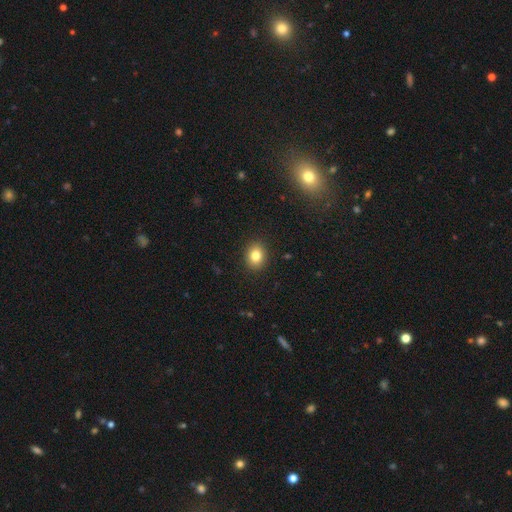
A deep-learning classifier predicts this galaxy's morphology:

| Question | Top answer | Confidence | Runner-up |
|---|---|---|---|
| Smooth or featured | smooth | 82% | star or artifact (10%) |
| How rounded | round | 56% | in between (43%) |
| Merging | none | 90% | minor disturbance (7%) |